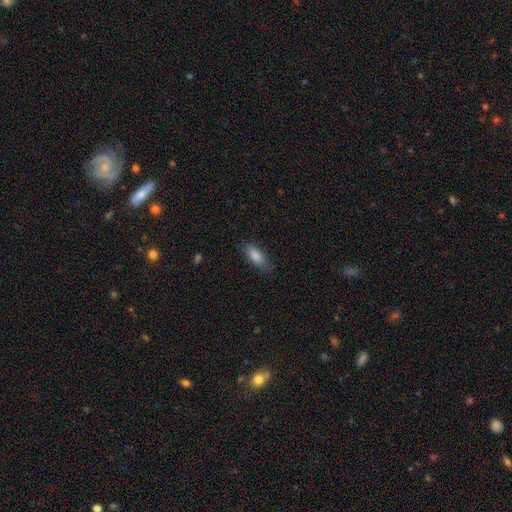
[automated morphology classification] Smooth or featured? Predicted: smooth (p=0.83). How rounded? Predicted: in between (p=0.79). Merging? Predicted: none (p=0.79).